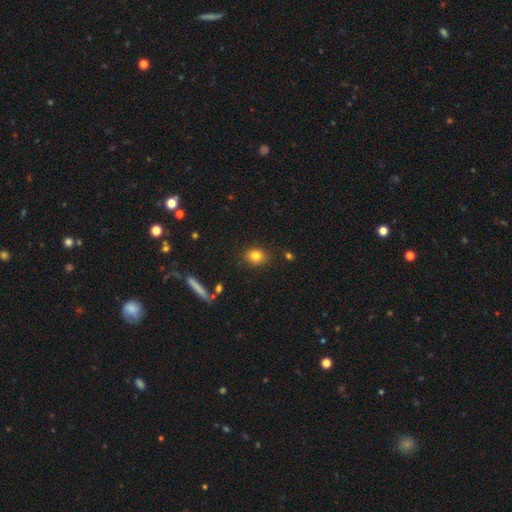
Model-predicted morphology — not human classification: Q: Smooth or featured?
A: smooth (82%); runner-up: star or artifact (10%)
Q: How rounded?
A: round (63%); runner-up: in between (35%)
Q: Merging?
A: none (86%); runner-up: minor disturbance (9%)